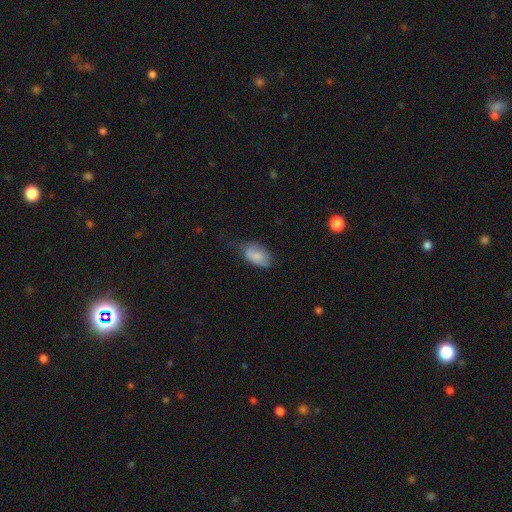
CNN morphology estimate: Q: Smooth or featured?
A: smooth (77%); runner-up: featured or disk (15%)
Q: How rounded?
A: in between (93%); runner-up: round (5%)
Q: Merging?
A: none (46%); runner-up: minor disturbance (37%)